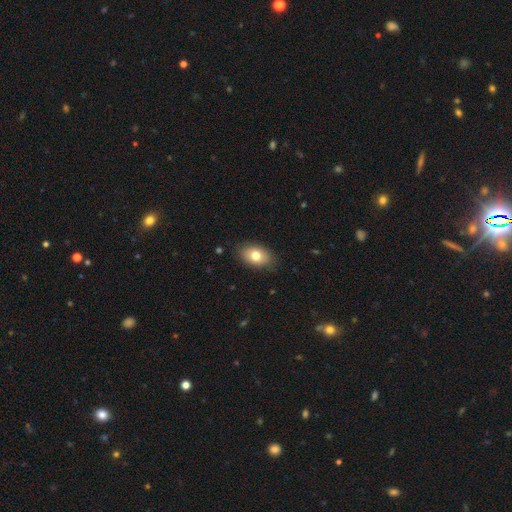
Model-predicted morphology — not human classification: The model was most divided on "smooth or featured": smooth: 77%, featured or disk: 15%, star or artifact: 8%. More confident: how rounded — in between (85%); merging — none (84%).